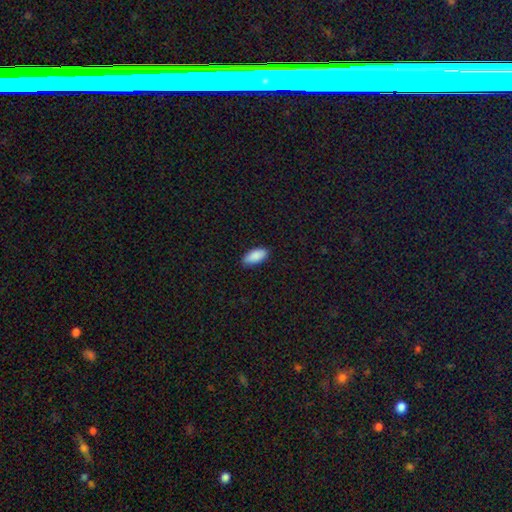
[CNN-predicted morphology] This is clearly a smooth galaxy (90%). How rounded: clearly in between (88%). Merging: clearly none (87%).